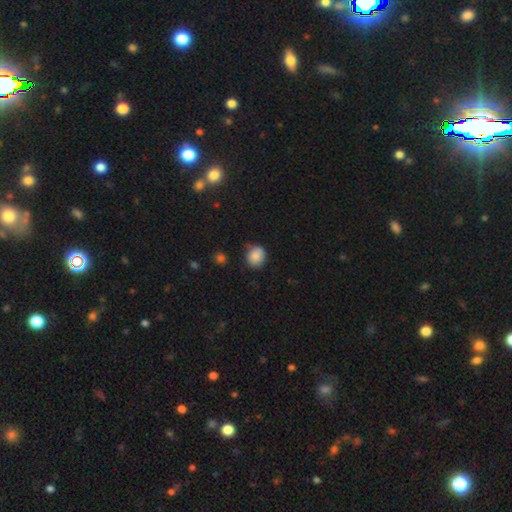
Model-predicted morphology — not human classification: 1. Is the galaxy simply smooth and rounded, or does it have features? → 86% smooth, 9% star or artifact, 5% featured or disk.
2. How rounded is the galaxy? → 75% round, 24% in between, 1% cigar-shaped.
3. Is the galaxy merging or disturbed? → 74% none, 20% minor disturbance, 4% major disturbance, 2% merger.